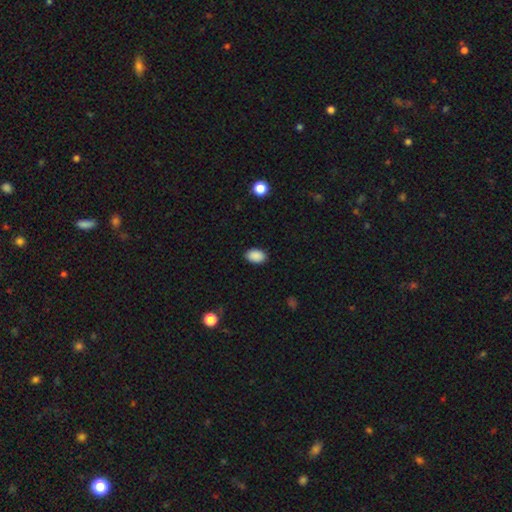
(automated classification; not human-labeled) smooth 89%, star or artifact 8%, featured or disk 3%. Down the decision tree: how rounded — in between (89%); merging — none (89%).